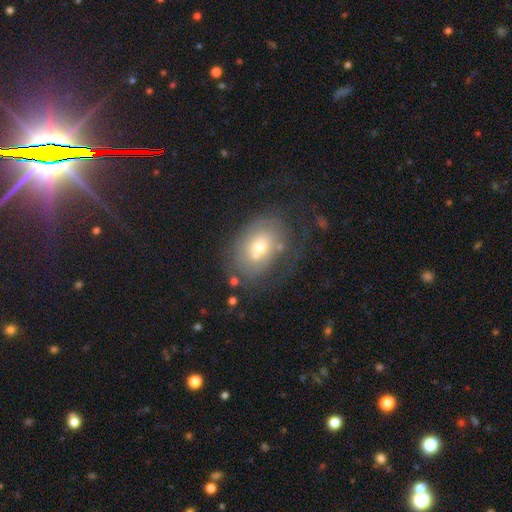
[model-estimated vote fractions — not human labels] Overall: smooth (45%, tied with featured or disk). Merging: none (50%; minor disturbance 22%).